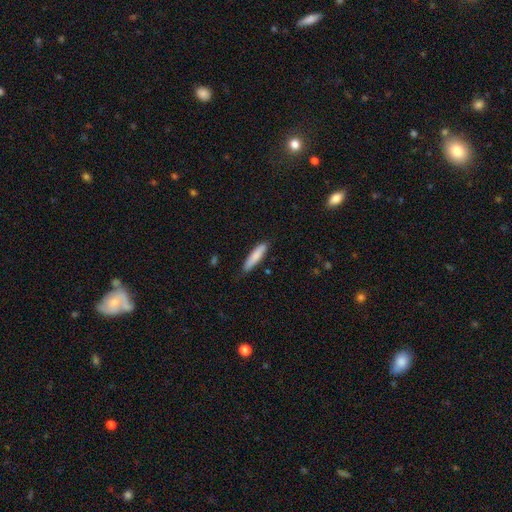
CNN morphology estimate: Smooth or featured? Predicted: smooth (p=0.81). How rounded? Predicted: cigar-shaped (p=0.80). Merging? Predicted: none (p=0.80).